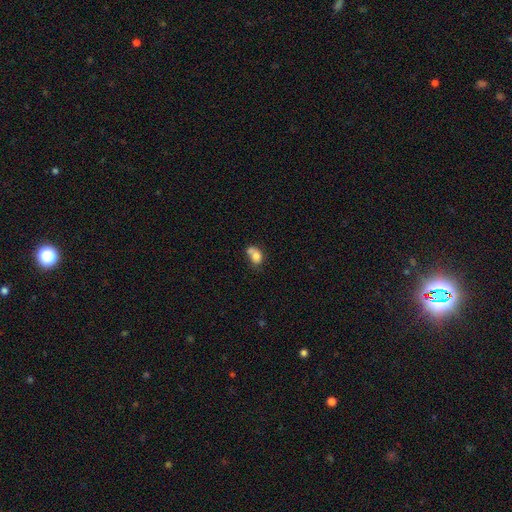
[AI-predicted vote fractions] smooth 76%, featured or disk 15%, star or artifact 9%. Down the decision tree: how rounded — in between (57%); merging — merger (49%).